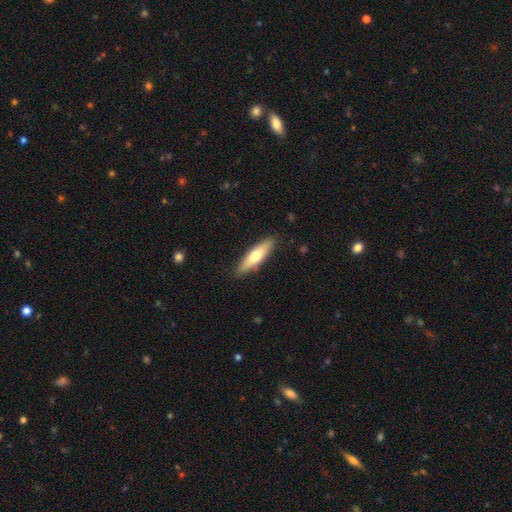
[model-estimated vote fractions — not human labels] A smooth galaxy with no disk features (61%) that is cigar-shaped (65%).

Vote fractions:
- Smooth or featured? smooth: 61% / featured or disk: 34% / star or artifact: 5%
- How rounded? cigar-shaped: 65% / in between: 33% / round: 2%
- Merging? none: 88% / minor disturbance: 9% / major disturbance: 2% / merger: 1%